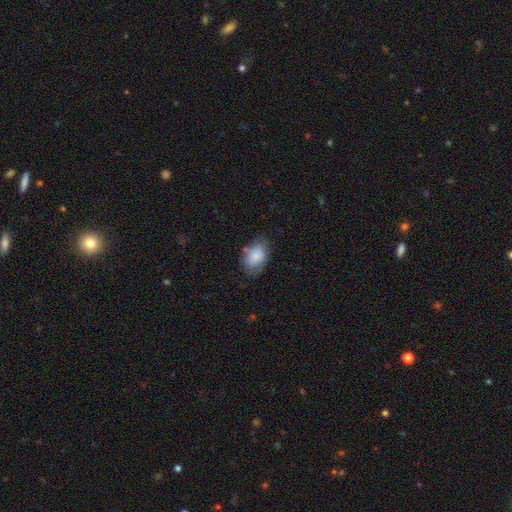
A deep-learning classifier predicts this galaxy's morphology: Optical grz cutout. It shows a smooth galaxy with no disk features (81%) that is in between round and cigar-shaped (82%). Merging: none (64%).